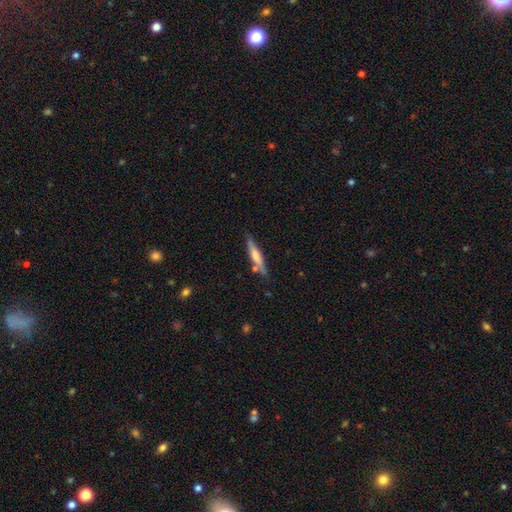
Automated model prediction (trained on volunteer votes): Smooth or featured? Predicted: smooth (p=0.51). How rounded? Predicted: cigar-shaped (p=0.88). Merging? Predicted: none (p=0.76).